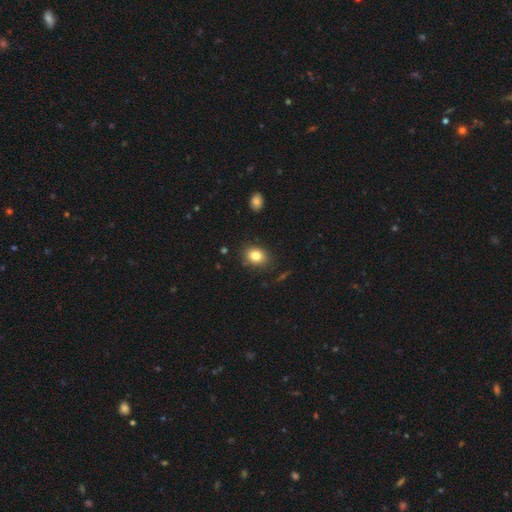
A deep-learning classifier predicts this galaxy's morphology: Smooth or featured? smooth (82%)
How rounded? in between (54%)
Merging? none (83%)